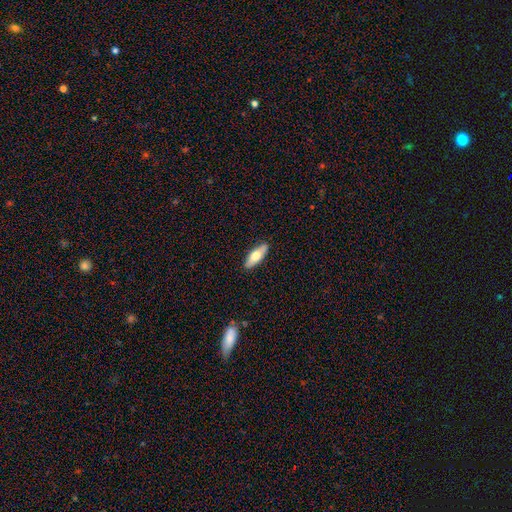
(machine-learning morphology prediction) Q: Smooth or featured?
A: smooth (65%); runner-up: featured or disk (30%)
Q: How rounded?
A: in between (68%); runner-up: cigar-shaped (30%)
Q: Merging?
A: none (88%); runner-up: minor disturbance (9%)